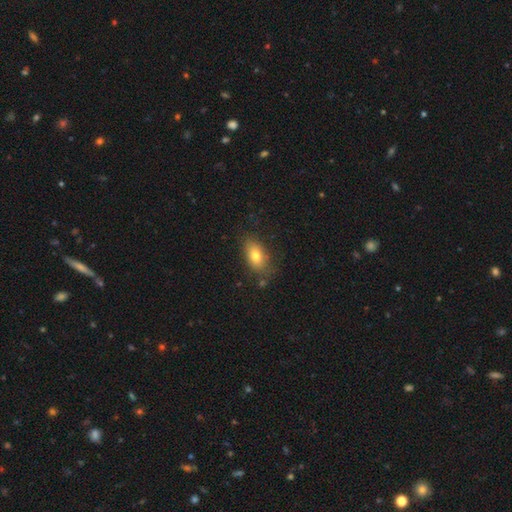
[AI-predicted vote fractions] The model was most divided on "merging": none: 76%, minor disturbance: 17%, major disturbance: 5%, merger: 3%. More confident: how rounded — in between (87%); smooth or featured — smooth (77%).